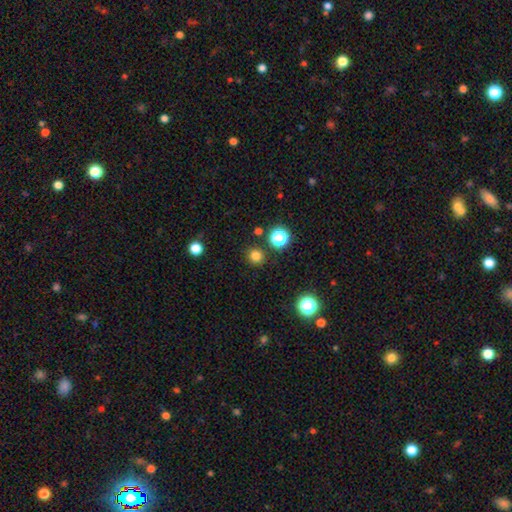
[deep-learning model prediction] Smooth or featured?
  - smooth: 79% *
  - star or artifact: 17%
  - featured or disk: 4%
How rounded?
  - round: 93% *
  - in between: 6%
  - cigar-shaped: 1%
Merging?
  - none: 89% *
  - minor disturbance: 6%
  - merger: 3%
  - major disturbance: 2%